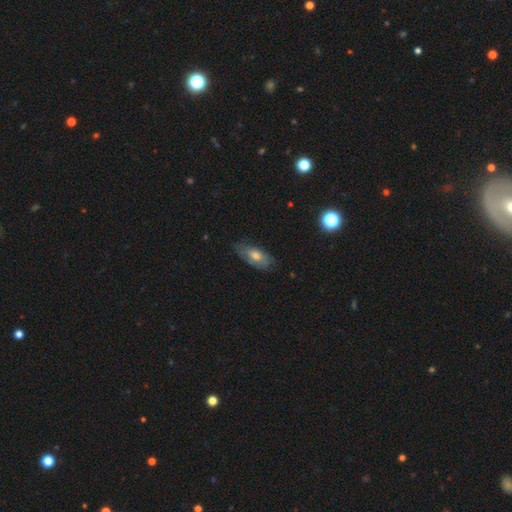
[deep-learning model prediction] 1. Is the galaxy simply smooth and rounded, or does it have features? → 56% smooth, 35% featured or disk, 9% star or artifact.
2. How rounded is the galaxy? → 84% in between, 12% cigar-shaped, 4% round.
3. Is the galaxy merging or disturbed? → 69% none, 24% minor disturbance, 6% major disturbance, 1% merger.